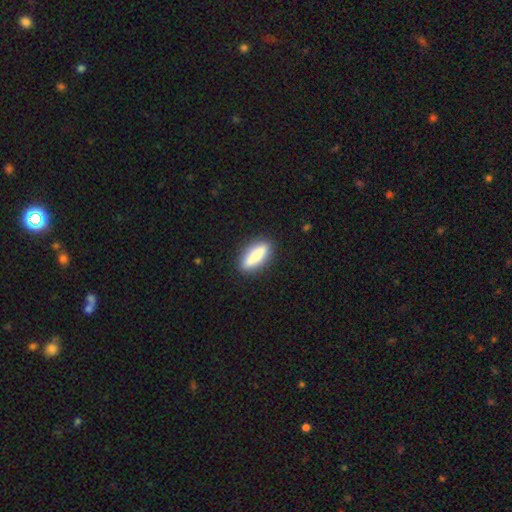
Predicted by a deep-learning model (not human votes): A smooth galaxy with no disk features (80%) that is in between round and cigar-shaped (54%).

Vote fractions:
- Smooth or featured? smooth: 80% / featured or disk: 13% / star or artifact: 6%
- How rounded? in between: 54% / cigar-shaped: 43% / round: 3%
- Merging? none: 88% / minor disturbance: 8% / major disturbance: 2% / merger: 1%